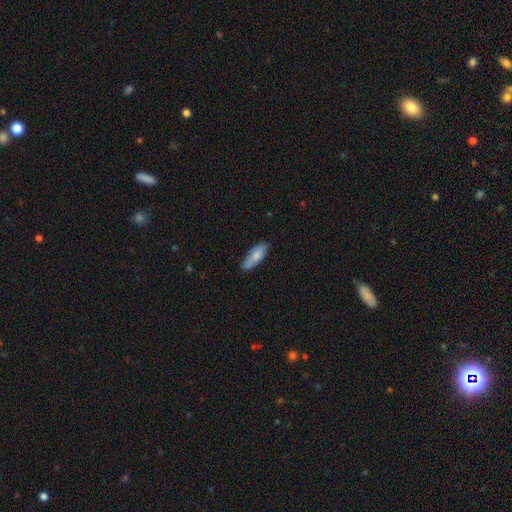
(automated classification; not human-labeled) This is likely a smooth galaxy (78%). How rounded: possibly in between (55%). Merging: likely none (73%).